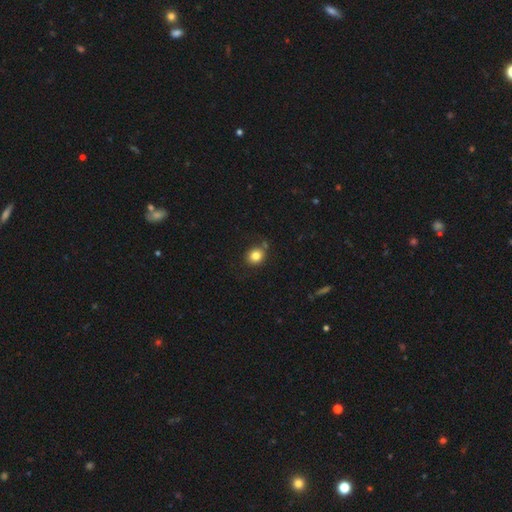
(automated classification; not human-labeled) A smooth galaxy with no disk features (82%) that is round (80%). Merging: none (78%).